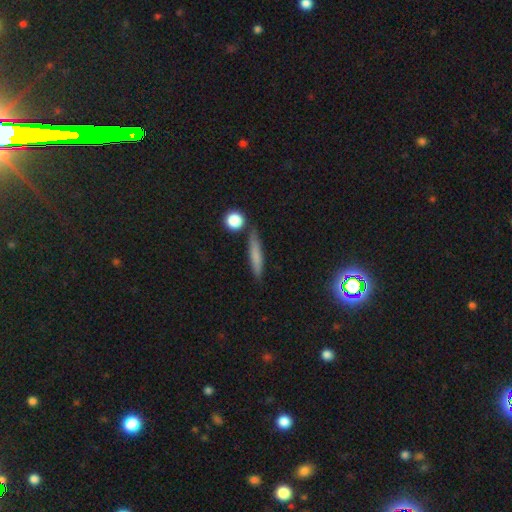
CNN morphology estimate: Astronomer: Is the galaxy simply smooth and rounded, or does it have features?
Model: smooth — 70%.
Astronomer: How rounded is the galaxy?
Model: cigar-shaped — 87%.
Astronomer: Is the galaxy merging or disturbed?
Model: none — 82%.